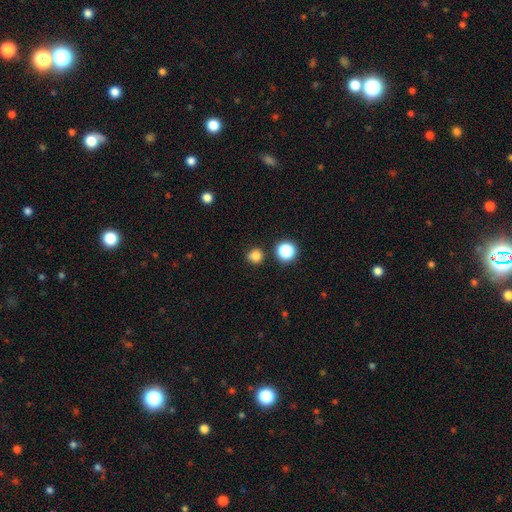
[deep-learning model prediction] A smooth galaxy with no disk features (79%) that is round (89%).

Vote fractions:
- Smooth or featured? smooth: 79% / star or artifact: 16% / featured or disk: 5%
- How rounded? round: 89% / in between: 10% / cigar-shaped: 1%
- Merging? none: 82% / minor disturbance: 10% / merger: 5% / major disturbance: 3%